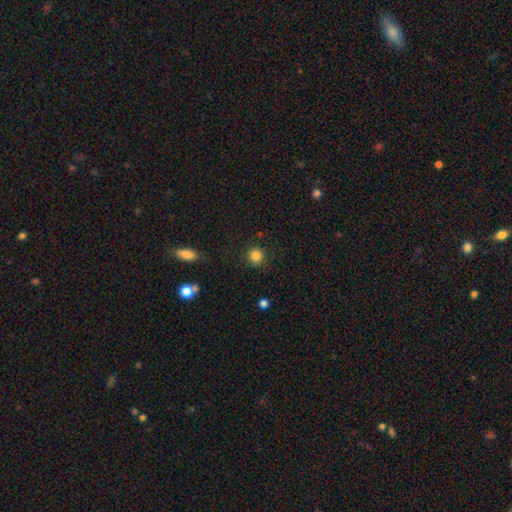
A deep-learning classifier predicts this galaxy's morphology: The model was most divided on "smooth or featured": smooth: 84%, star or artifact: 11%, featured or disk: 4%. More confident: how rounded — round (94%); merging — none (90%).